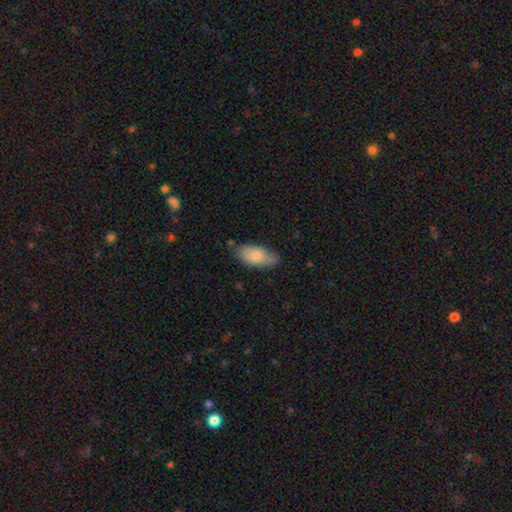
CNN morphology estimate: Smooth or featured?
  - smooth: 80% *
  - featured or disk: 14%
  - star or artifact: 6%
How rounded?
  - in between: 89% *
  - cigar-shaped: 8%
  - round: 2%
Merging?
  - none: 71% *
  - minor disturbance: 22%
  - major disturbance: 4%
  - merger: 2%